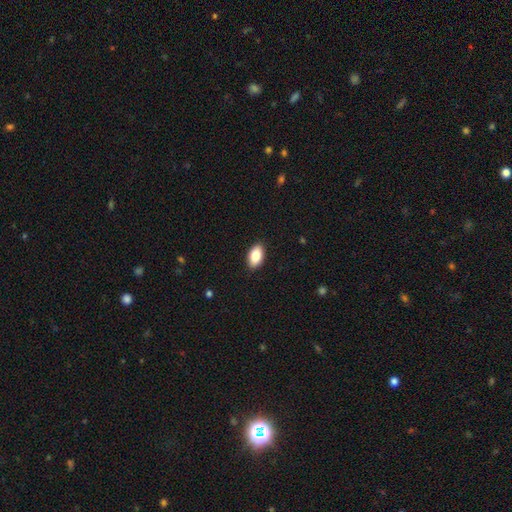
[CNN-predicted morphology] This is clearly a smooth galaxy (85%). How rounded: clearly in between (93%). Merging: clearly none (89%).